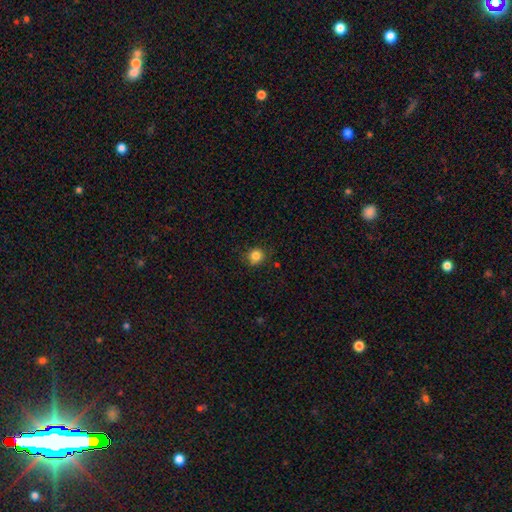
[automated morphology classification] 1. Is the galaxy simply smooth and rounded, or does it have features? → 84% smooth, 11% star or artifact, 5% featured or disk.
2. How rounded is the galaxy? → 86% round, 13% in between, 1% cigar-shaped.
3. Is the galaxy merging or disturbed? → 83% none, 13% minor disturbance, 3% major disturbance, 1% merger.